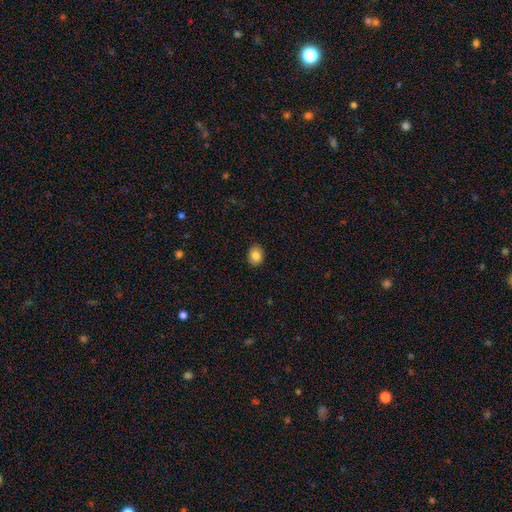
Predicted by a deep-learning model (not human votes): This appears to be a smooth galaxy with no disk features (84%) that is round (50%). Merging: none (88%).